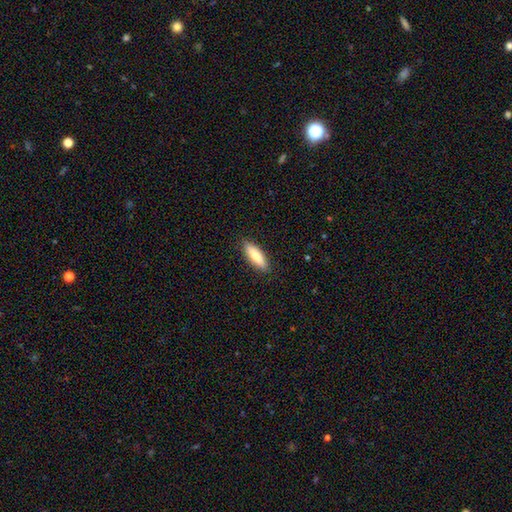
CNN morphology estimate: smooth 76%, featured or disk 18%, star or artifact 6%. Down the decision tree: how rounded — cigar-shaped (55%); merging — none (89%).